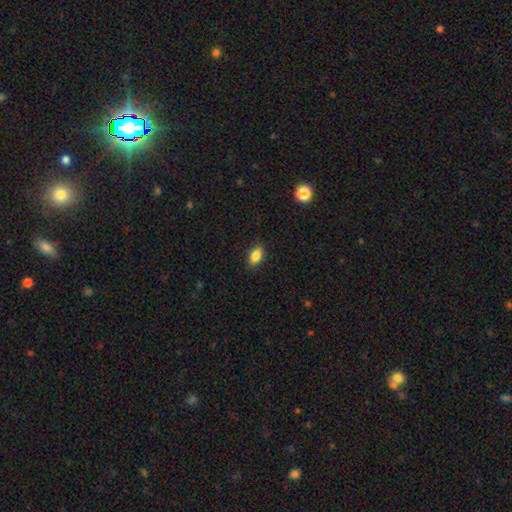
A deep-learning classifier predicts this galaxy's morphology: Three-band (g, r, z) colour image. It shows a smooth galaxy with no disk features (86%) that is in between round and cigar-shaped (88%). Merging: none (87%).